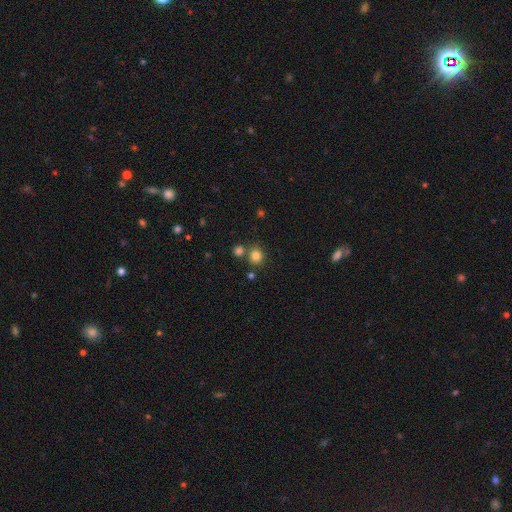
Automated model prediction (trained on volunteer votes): This appears to be a smooth galaxy with no disk features (82%) that is round (85%). Merging: none (71%).